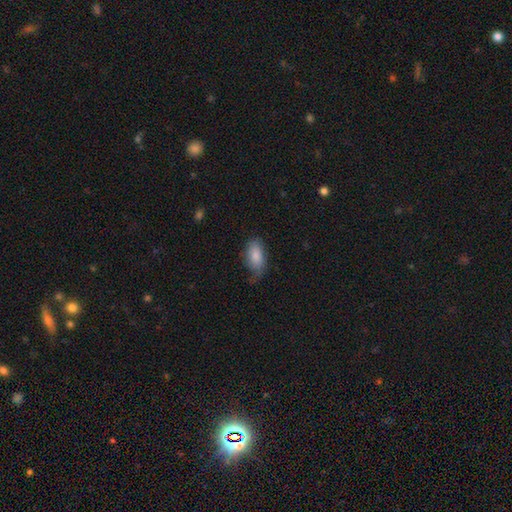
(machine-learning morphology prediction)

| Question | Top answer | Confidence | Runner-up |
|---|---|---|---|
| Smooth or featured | smooth | 82% | featured or disk (12%) |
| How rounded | in between | 93% | cigar-shaped (4%) |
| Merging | none | 55% | minor disturbance (32%) |